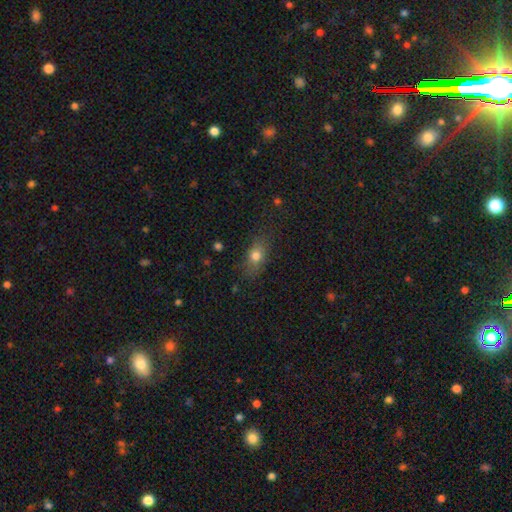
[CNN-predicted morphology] smooth-or-featured: smooth: 76% | featured or disk: 13% | star or artifact: 11%
  how-rounded: in between: 73% | round: 20% | cigar-shaped: 7%
  merging: none: 77% | minor disturbance: 16% | major disturbance: 5% | merger: 1%